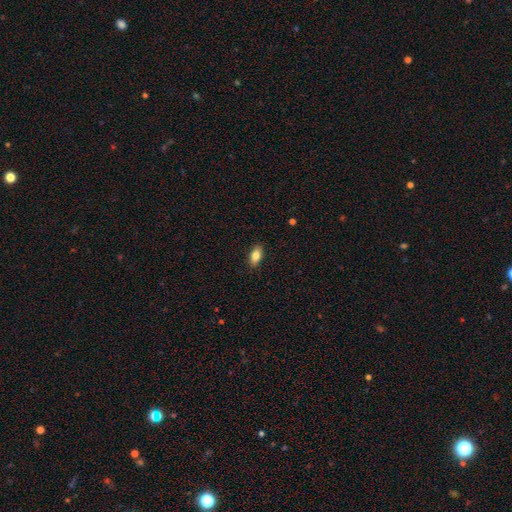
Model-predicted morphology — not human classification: A smooth galaxy with no disk features (83%) that is in between round and cigar-shaped (88%).

Vote fractions:
- Smooth or featured? smooth: 83% / featured or disk: 10% / star or artifact: 7%
- How rounded? in between: 88% / cigar-shaped: 9% / round: 4%
- Merging? none: 89% / minor disturbance: 8% / major disturbance: 2% / merger: 1%